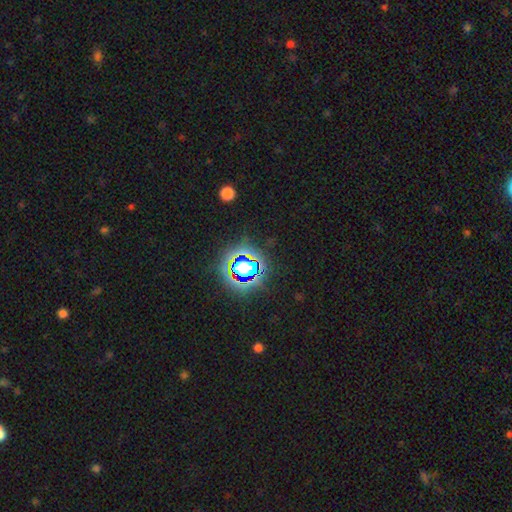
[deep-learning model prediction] A star or artifact, not a galaxy (75%).

Vote fractions:
- Smooth or featured? star or artifact: 75% / smooth: 16% / featured or disk: 9%